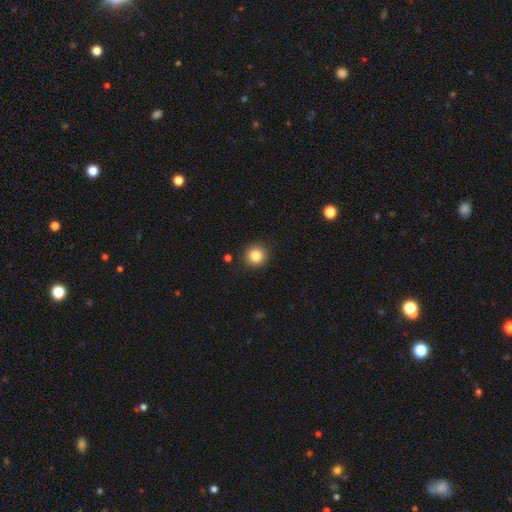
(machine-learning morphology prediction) This appears to be a smooth galaxy with no disk features (85%) that is round (93%). Merging: none (90%).